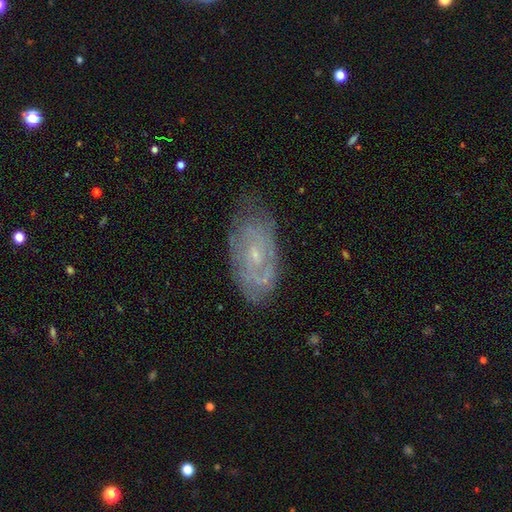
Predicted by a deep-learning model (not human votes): A featured or disk galaxy (70%) with no bar (71%), spiral arms (75%) and a small central bulge (69%).

Vote fractions:
- Smooth or featured? featured or disk: 70% / smooth: 22% / star or artifact: 8%
- Edge-on disk? no: 93% / yes: 7%
- Bar? no: 71% / weak: 25% / strong: 4%
- Spiral arms? yes: 75% / no: 25%
- Bulge size? small: 69% / moderate: 25% / none: 4% / large: 1% / dominant: 1%
- Merging? none: 70% / minor disturbance: 22% / major disturbance: 7% / merger: 2%